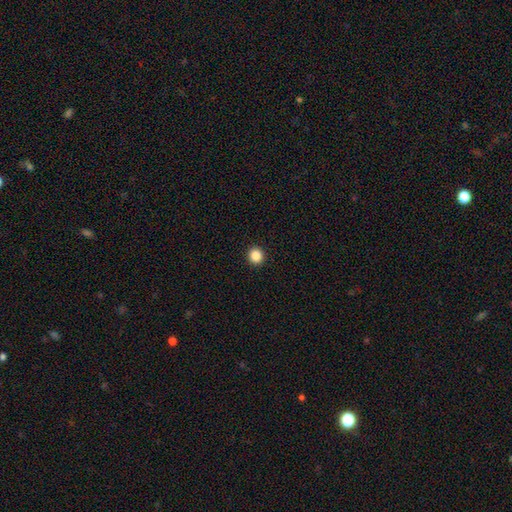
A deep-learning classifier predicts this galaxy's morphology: The model was most divided on "smooth or featured": smooth: 86%, star or artifact: 10%, featured or disk: 3%. More confident: merging — none (94%); how rounded — round (93%).